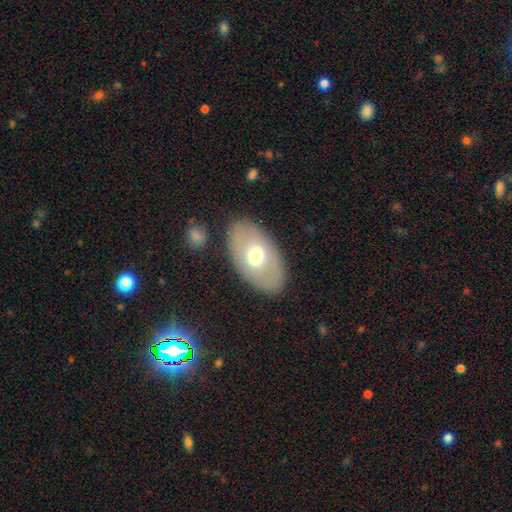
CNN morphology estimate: smooth_or_featured: smooth (p=0.56) [alt: featured or disk p=0.38]
how_rounded: in between (p=0.92) [alt: round p=0.07]
merging: none (p=0.85) [alt: minor disturbance p=0.09]